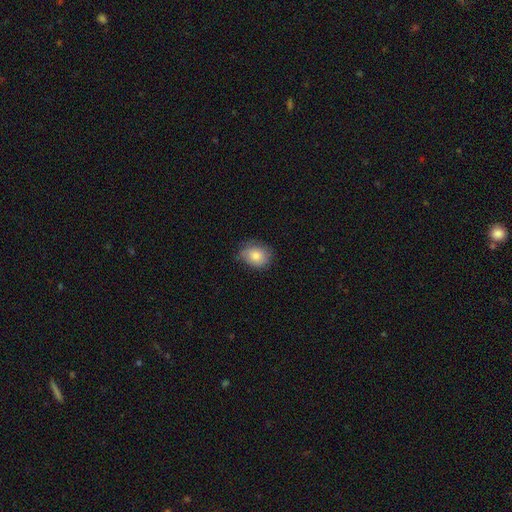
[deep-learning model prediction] The model was most divided on "how rounded": round: 50%, in between: 49%, cigar-shaped: 1%. More confident: smooth or featured — smooth (82%); merging — none (66%).